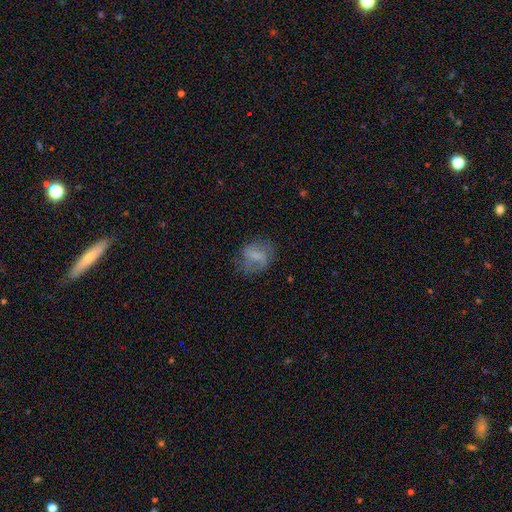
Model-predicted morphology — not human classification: smooth 53%, featured or disk 37%, star or artifact 10%. Down the decision tree: how rounded — in between (53%); merging — none (62%).